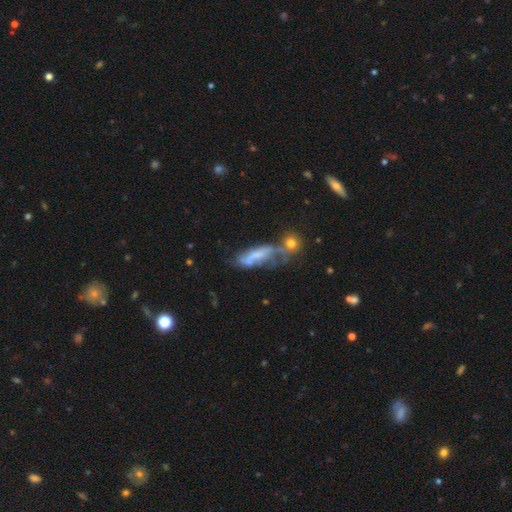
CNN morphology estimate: Smooth or featured?
  - featured or disk: 50% *
  - smooth: 40%
  - star or artifact: 10%
Edge-on disk?
  - no: 72% *
  - yes: 28%
Merging?
  - merger: 29% *
  - none: 27%
  - major disturbance: 23%
  - minor disturbance: 21%